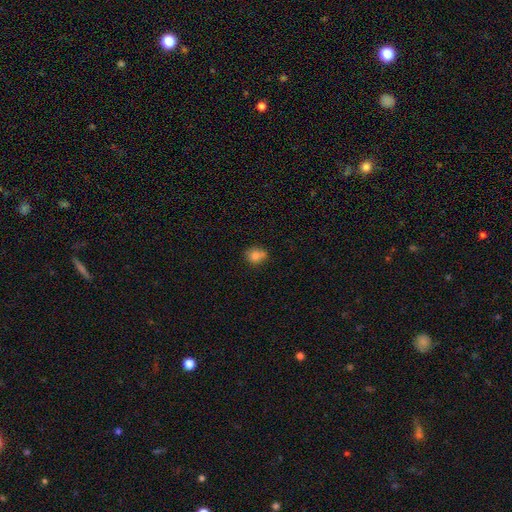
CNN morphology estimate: This is likely a smooth galaxy (76%). How rounded: likely round (75%). Merging: possibly none (57%).